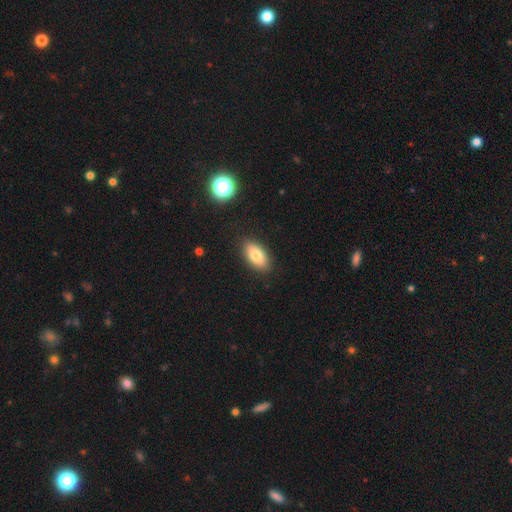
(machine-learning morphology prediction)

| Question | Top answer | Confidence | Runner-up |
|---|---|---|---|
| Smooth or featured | smooth | 79% | featured or disk (13%) |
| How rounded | in between | 90% | cigar-shaped (5%) |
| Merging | none | 88% | minor disturbance (8%) |